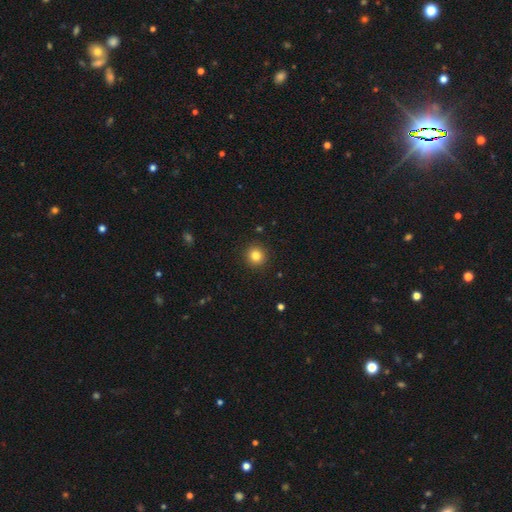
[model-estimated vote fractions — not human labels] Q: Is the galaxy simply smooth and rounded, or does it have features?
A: smooth — 83%.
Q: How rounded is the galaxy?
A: round — 93%.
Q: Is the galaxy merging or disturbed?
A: none — 92%.